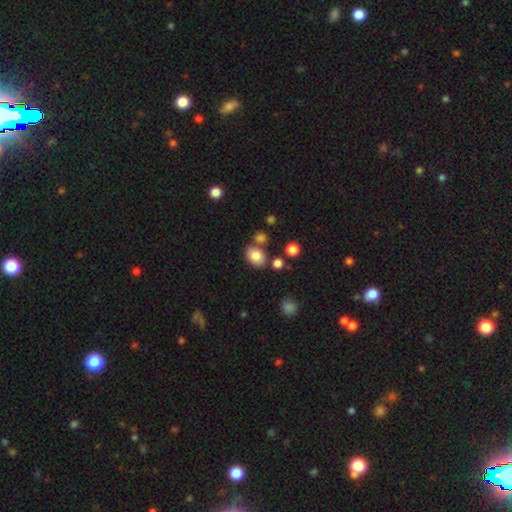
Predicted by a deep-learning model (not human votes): Overall: smooth (83%). How rounded: in between (66%; round 33%). Merging: none (69%).